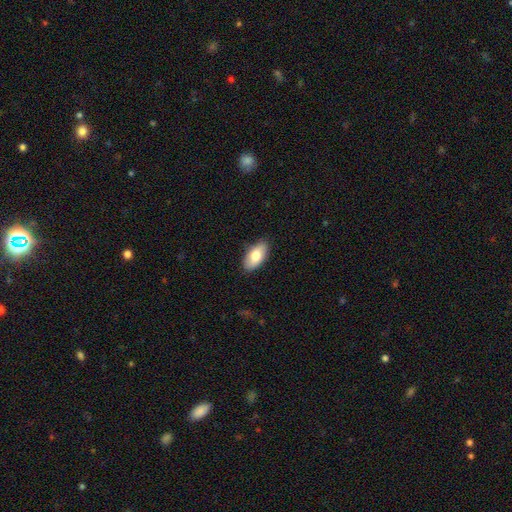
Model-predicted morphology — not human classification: Overall: smooth (78%). How rounded: in between (93%). Merging: none (87%).